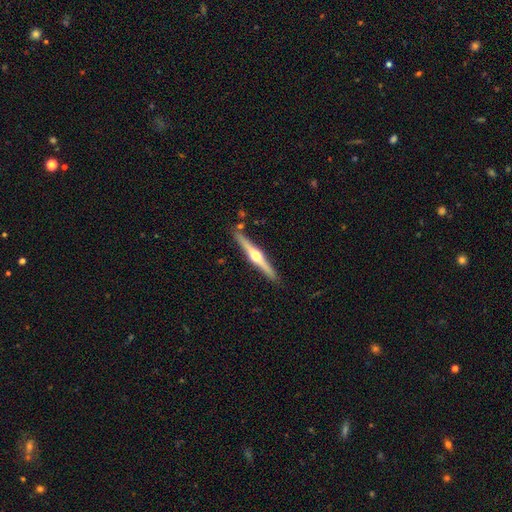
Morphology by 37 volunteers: smooth_or_featured: featured or disk (p=0.76) [alt: smooth p=0.16]
disk_edge_on: yes (p=1.00)
edge_on_bulge: rounded (p=1.00)
merging: none (p=0.91) [alt: minor disturbance p=0.06]